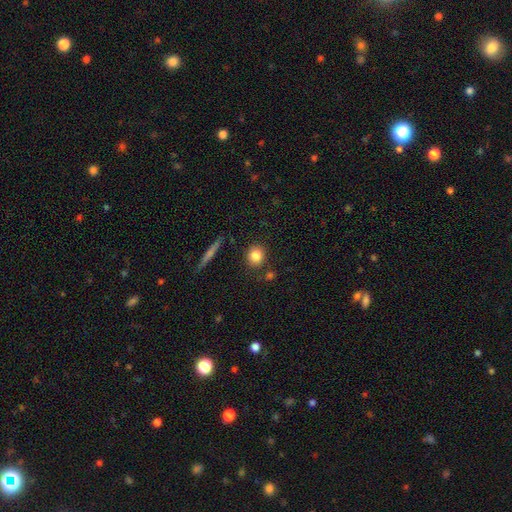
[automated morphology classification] smooth_or_featured: smooth (p=0.83) [alt: star or artifact p=0.09]
how_rounded: round (p=0.84) [alt: in between p=0.14]
merging: none (p=0.85) [alt: minor disturbance p=0.08]